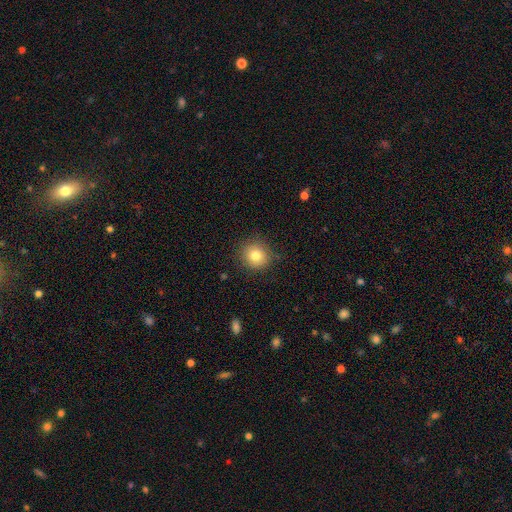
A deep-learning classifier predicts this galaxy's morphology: smooth-or-featured: smooth: 79% | star or artifact: 11% | featured or disk: 9%
  how-rounded: round: 91% | in between: 8% | cigar-shaped: 1%
  merging: none: 87% | minor disturbance: 9% | major disturbance: 3% | merger: 1%